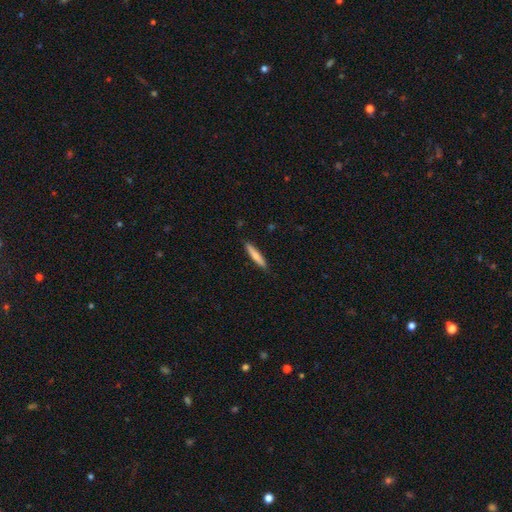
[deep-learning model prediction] A smooth galaxy with no disk features (70%) that is cigar-shaped (92%). Merging: none (89%).